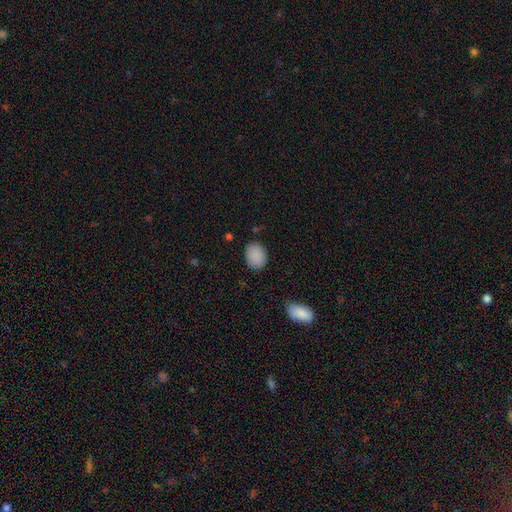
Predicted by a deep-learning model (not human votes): smooth 89%, star or artifact 8%, featured or disk 3%. Down the decision tree: how rounded — in between (64%); merging — none (84%).